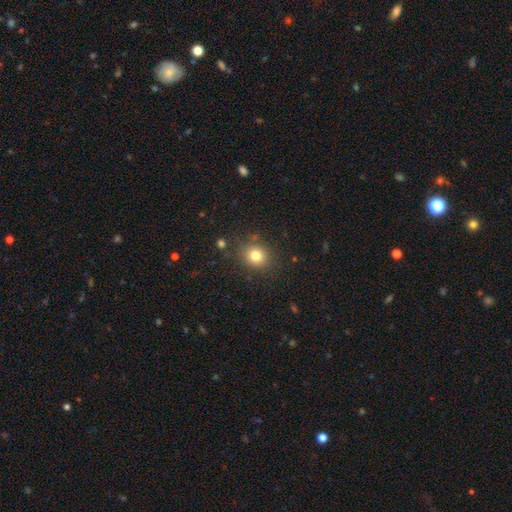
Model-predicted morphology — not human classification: Overall: smooth (79%). How rounded: round (80%). Merging: none (84%).